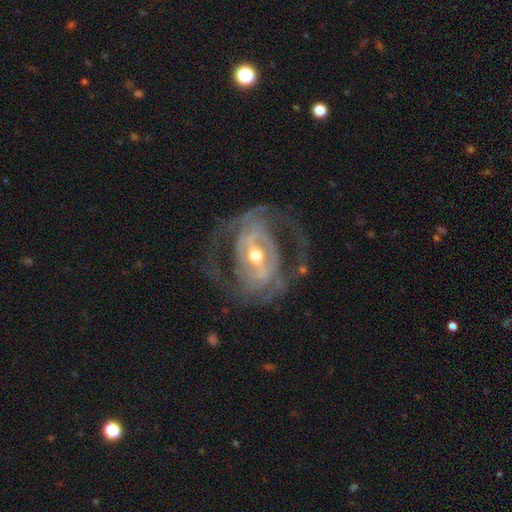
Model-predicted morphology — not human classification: smooth-or-featured: featured or disk: 89% | smooth: 6% | star or artifact: 5%
  disk-edge-on: no: 96% | yes: 4%
    bar: strong: 53% | weak: 33% | no: 14%
    has-spiral-arms: yes: 88% | no: 12%
      spiral-winding: medium: 47% | tight: 30% | loose: 22%
      spiral-arm-count: 2: 63% | can't tell: 15% | 3: 11% | 1: 4% | 4: 4% | more than 4: 3%
    bulge-size: moderate: 64% | small: 30% | large: 5% | dominant: 1% | none: 1%
  merging: none: 63% | major disturbance: 20% | minor disturbance: 15% | merger: 2%